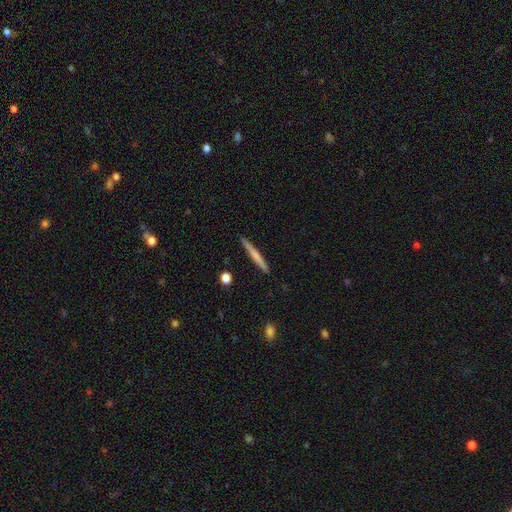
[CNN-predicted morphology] Smooth or featured? smooth (54%)
How rounded? cigar-shaped (96%)
Merging? none (91%)